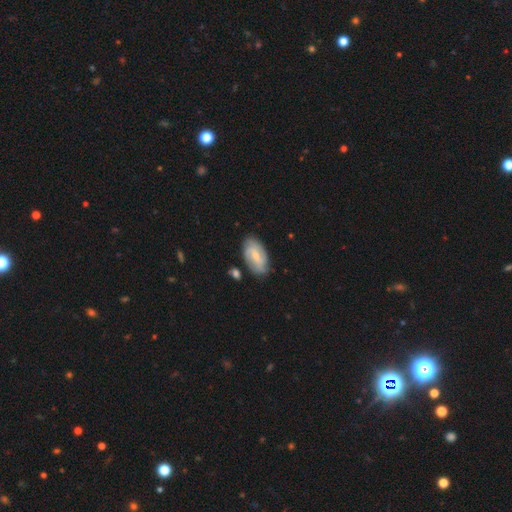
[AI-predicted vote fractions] The model was most divided on "bar": weak: 52%, no: 33%, strong: 15%. More confident: edge-on disk — no (94%); spiral arms — yes (84%); merging — none (74%); bulge size — small (60%); smooth or featured — featured or disk (56%).